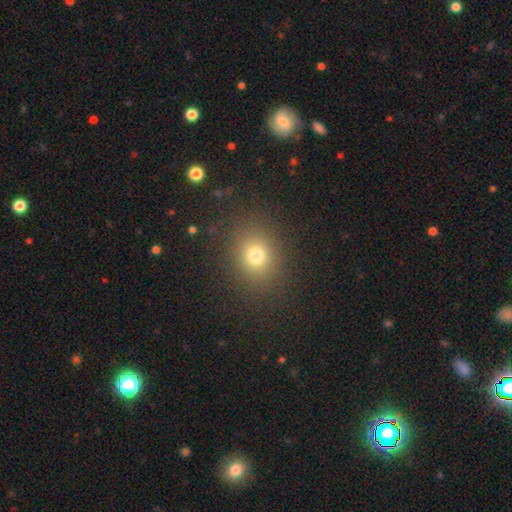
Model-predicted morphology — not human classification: Smooth or featured?
  - smooth: 74% *
  - star or artifact: 17%
  - featured or disk: 9%
How rounded?
  - round: 63% *
  - in between: 36%
  - cigar-shaped: 1%
Merging?
  - none: 87% *
  - minor disturbance: 8%
  - major disturbance: 4%
  - merger: 1%